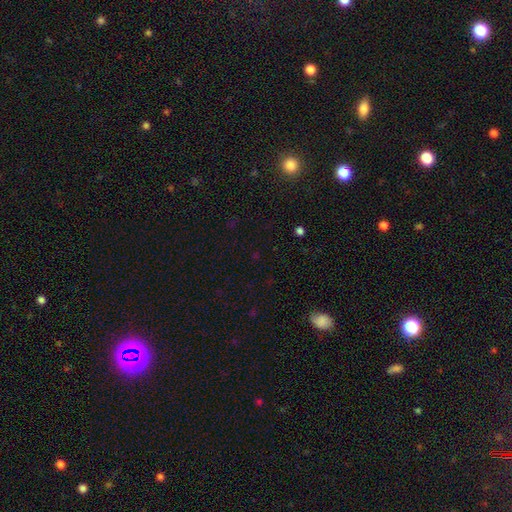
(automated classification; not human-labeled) Smooth or featured? Predicted: star or artifact (p=0.63).